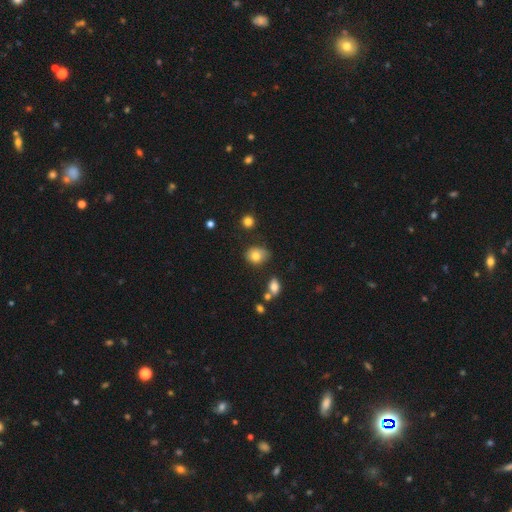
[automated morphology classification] This appears to be a smooth galaxy with no disk features (79%) that is round (50%). Merging: none (58%).